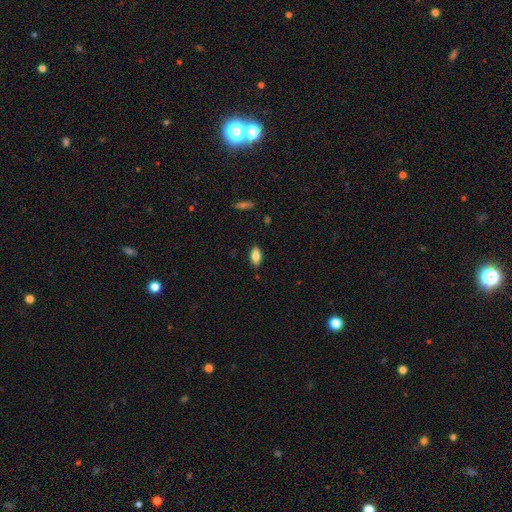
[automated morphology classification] type=smooth (80%); roundness=in between (88%); merging=none (86%).